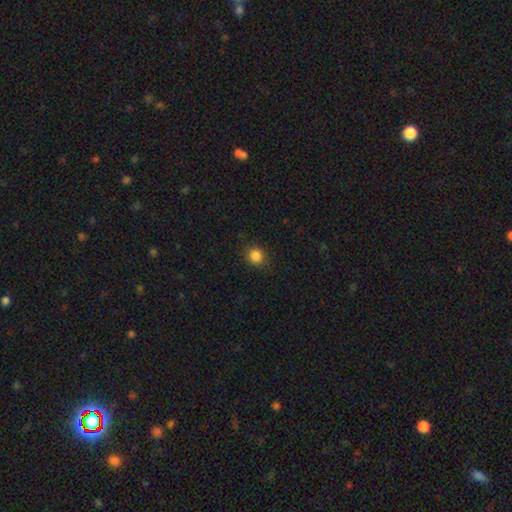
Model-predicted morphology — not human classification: smooth 85%, star or artifact 12%, featured or disk 3%. Down the decision tree: how rounded — round (89%); merging — none (89%).